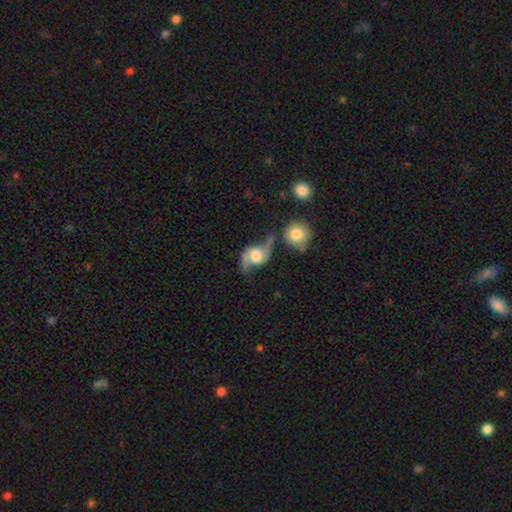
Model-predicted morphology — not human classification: Smooth or featured? Predicted: featured or disk (p=0.83). Edge-on disk? Predicted: no (p=0.97). Bar? Predicted: no (p=0.52). Spiral arms? Predicted: yes (p=0.94). Spiral winding? Predicted: loose (p=0.74). Spiral arm count? Predicted: 2 (p=0.93). Bulge size? Predicted: moderate (p=0.47). Merging? Predicted: none (p=0.54).